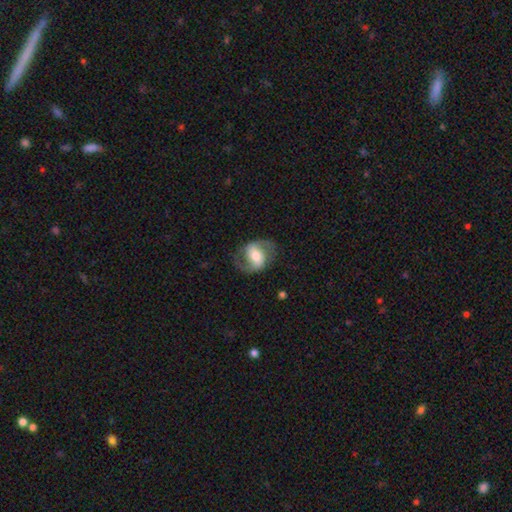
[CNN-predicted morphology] This is likely a featured or disk galaxy (70%). It is clearly not viewed edge-on (96%). Bar: marginally weak (38%). Spiral arm pattern: clearly yes (84%). Spiral arm count: clearly 2 (88%). Spiral winding: possibly medium (49%). Central bulge: likely moderate (64%). Merging: likely none (74%).